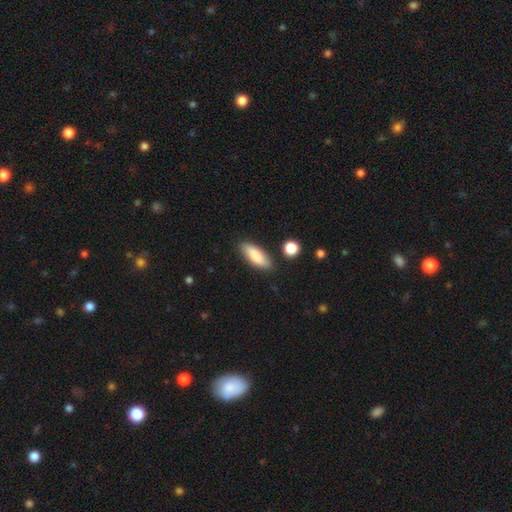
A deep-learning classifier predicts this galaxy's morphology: Q: Smooth or featured?
A: smooth (84%); runner-up: featured or disk (9%)
Q: How rounded?
A: in between (67%); runner-up: cigar-shaped (31%)
Q: Merging?
A: none (82%); runner-up: minor disturbance (12%)